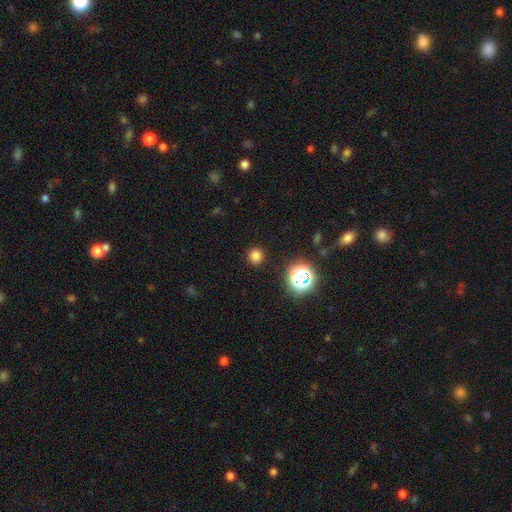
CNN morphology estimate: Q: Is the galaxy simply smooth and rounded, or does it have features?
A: smooth — 75%.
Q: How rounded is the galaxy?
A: round — 94%.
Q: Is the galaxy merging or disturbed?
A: none — 91%.